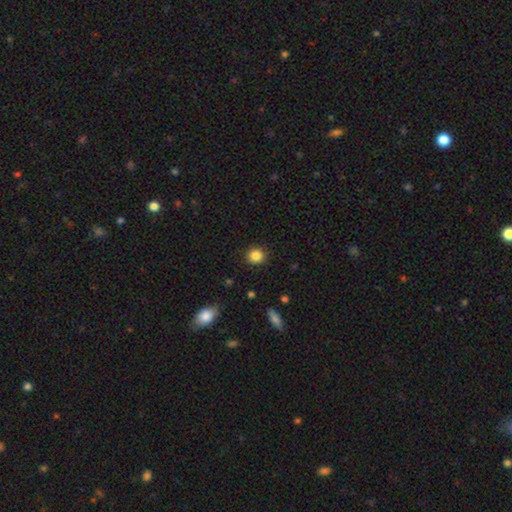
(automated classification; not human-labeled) Smooth or featured? Predicted: smooth (p=0.86). How rounded? Predicted: round (p=0.91). Merging? Predicted: none (p=0.90).